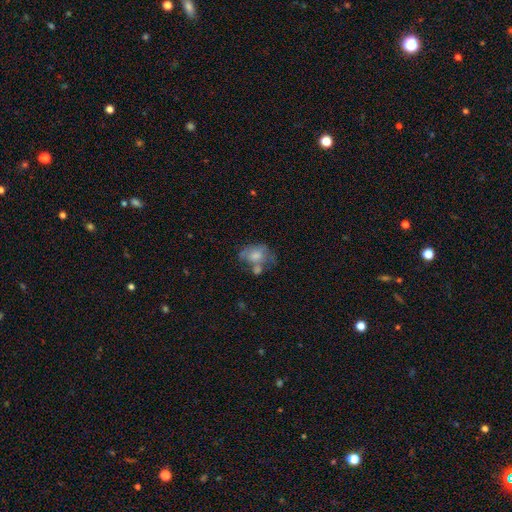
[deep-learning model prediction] smooth-or-featured: smooth: 57% | featured or disk: 34% | star or artifact: 9%
  how-rounded: in between: 76% | round: 22% | cigar-shaped: 1%
  merging: merger: 31% | none: 26% | minor disturbance: 22% | major disturbance: 21%